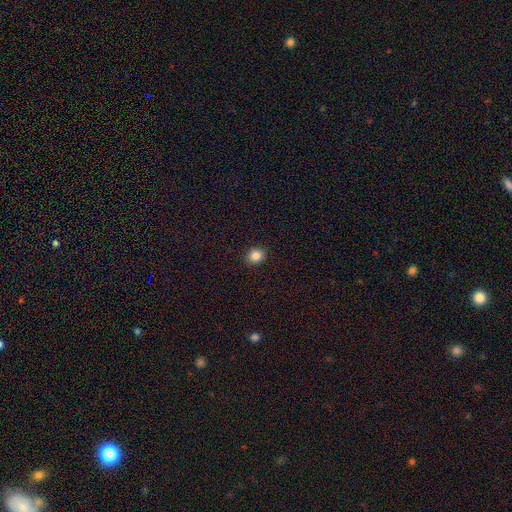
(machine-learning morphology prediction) The model was most divided on "how rounded": round: 74%, in between: 25%, cigar-shaped: 1%. More confident: merging — none (91%); smooth or featured — smooth (85%).